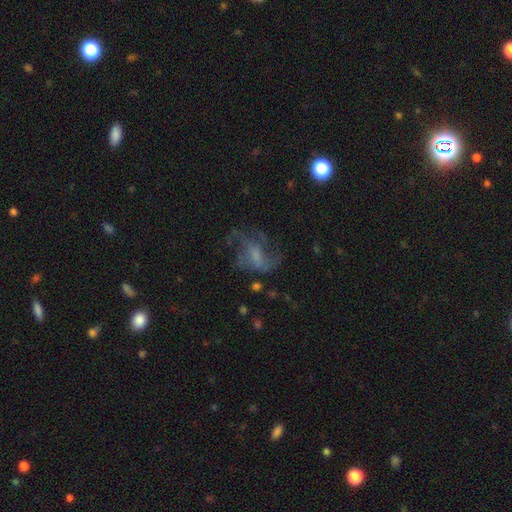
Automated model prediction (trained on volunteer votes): This is likely a featured or disk galaxy (61%). It is clearly not viewed edge-on (97%). Bar: possibly no (48%). Spiral arm pattern: likely yes (69%). Central bulge: marginally none (35%). Merging: possibly none (46%).